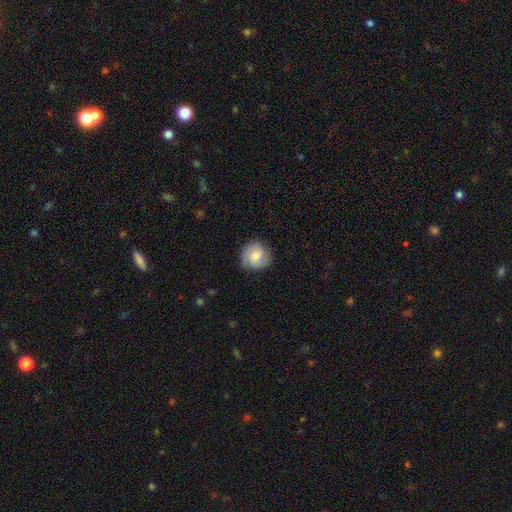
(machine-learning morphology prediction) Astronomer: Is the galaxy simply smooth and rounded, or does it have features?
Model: smooth — 65%.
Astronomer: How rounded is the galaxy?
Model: round — 91%.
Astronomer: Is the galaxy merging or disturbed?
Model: none — 81%.